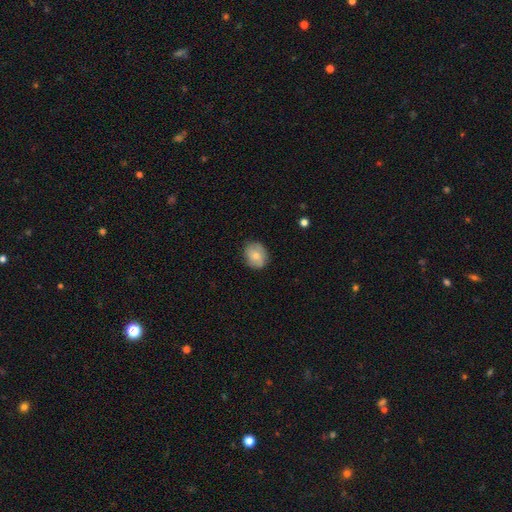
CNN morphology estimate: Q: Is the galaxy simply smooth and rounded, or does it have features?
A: smooth — 73%.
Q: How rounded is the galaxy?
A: round — 58%.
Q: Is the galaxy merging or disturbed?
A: none — 81%.